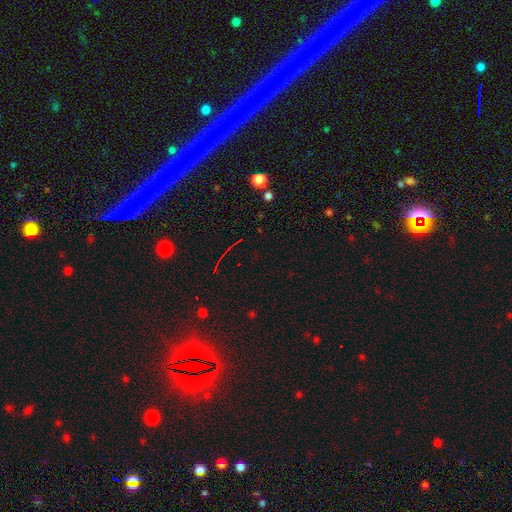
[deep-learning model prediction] Morphology: type=star or artifact (73%).